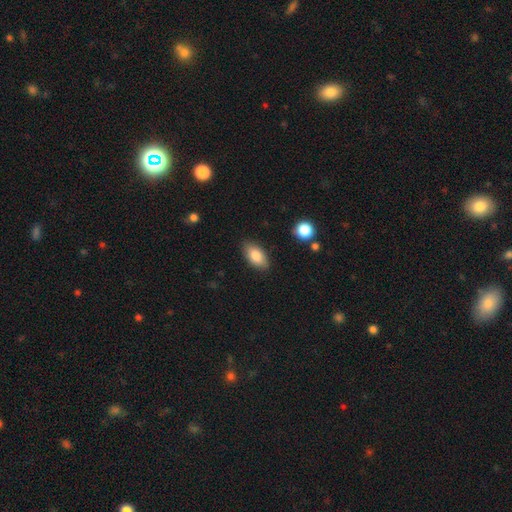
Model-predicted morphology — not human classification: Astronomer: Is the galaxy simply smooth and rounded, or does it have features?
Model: smooth — 83%.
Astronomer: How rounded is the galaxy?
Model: in between — 92%.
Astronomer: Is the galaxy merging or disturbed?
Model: none — 85%.